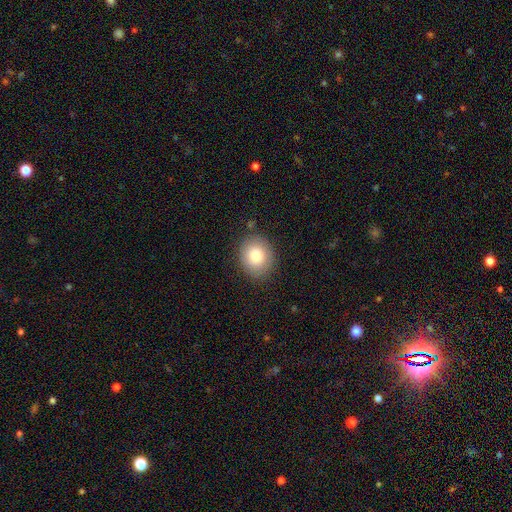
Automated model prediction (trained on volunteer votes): smooth 81%, featured or disk 11%, star or artifact 9%. Down the decision tree: how rounded — round (63%); merging — none (85%).